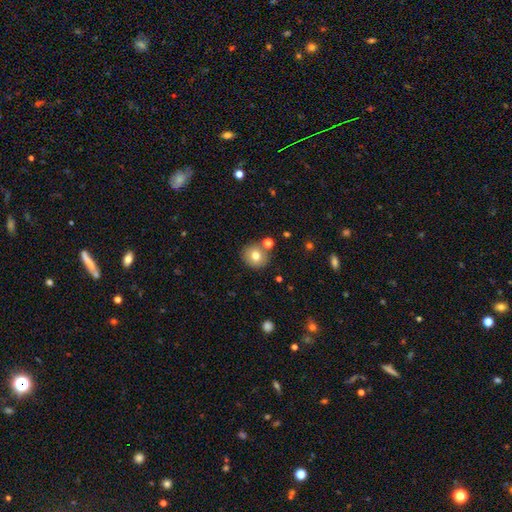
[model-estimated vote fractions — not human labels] smooth_or_featured: smooth (p=0.76) [alt: featured or disk p=0.13]
how_rounded: round (p=0.90) [alt: in between p=0.09]
merging: none (p=0.79) [alt: merger p=0.10]